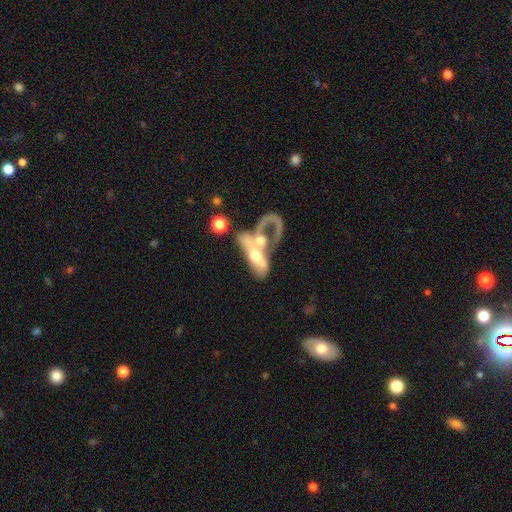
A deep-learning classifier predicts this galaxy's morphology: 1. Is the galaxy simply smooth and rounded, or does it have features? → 57% featured or disk, 34% smooth, 9% star or artifact.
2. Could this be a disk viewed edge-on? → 85% no, 15% yes.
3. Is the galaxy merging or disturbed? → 66% merger, 19% major disturbance, 9% none, 6% minor disturbance.